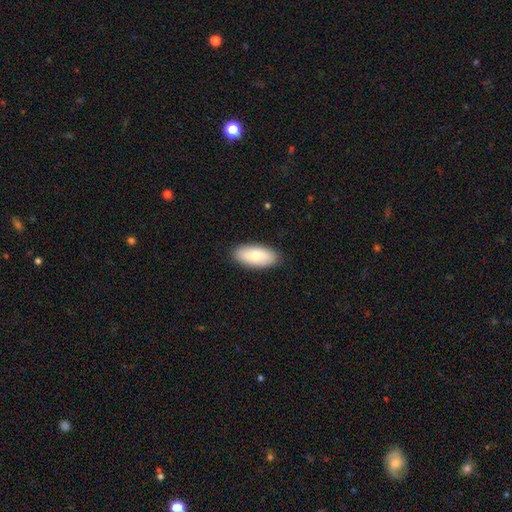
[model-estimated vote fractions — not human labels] Morphology: type=smooth (77%); roundness=in between (90%); merging=none (89%).